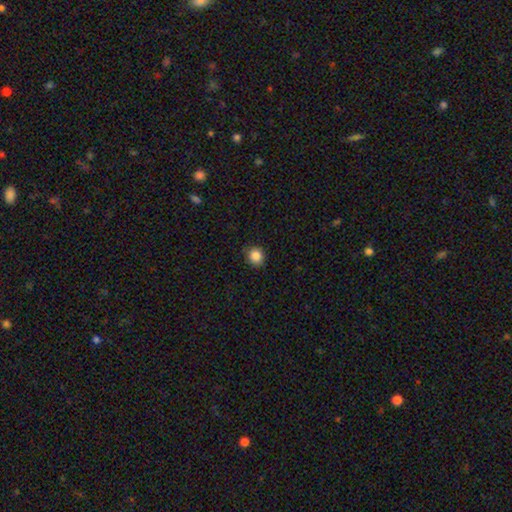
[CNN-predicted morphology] A smooth galaxy with no disk features (85%) that is round (87%). Merging: none (88%).